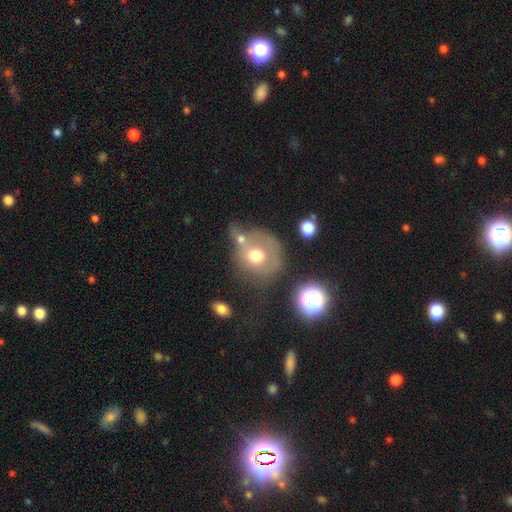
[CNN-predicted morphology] Smooth or featured?
  - smooth: 58% *
  - featured or disk: 31%
  - star or artifact: 12%
How rounded?
  - round: 80% *
  - in between: 19%
  - cigar-shaped: 1%
Merging?
  - none: 37% *
  - merger: 29%
  - minor disturbance: 18%
  - major disturbance: 16%